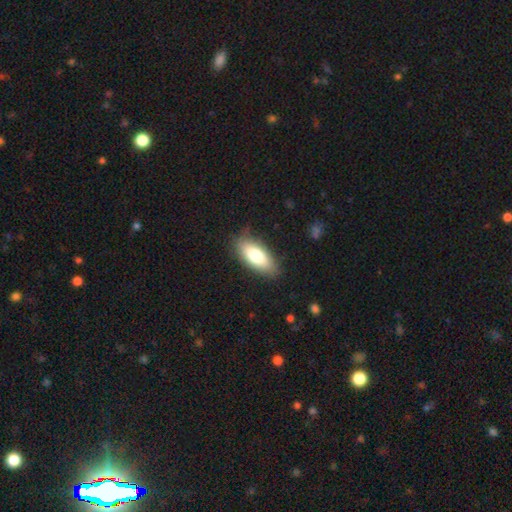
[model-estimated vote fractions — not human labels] Q: Smooth or featured?
A: smooth (77%); runner-up: featured or disk (17%)
Q: How rounded?
A: in between (85%); runner-up: cigar-shaped (13%)
Q: Merging?
A: none (82%); runner-up: minor disturbance (14%)